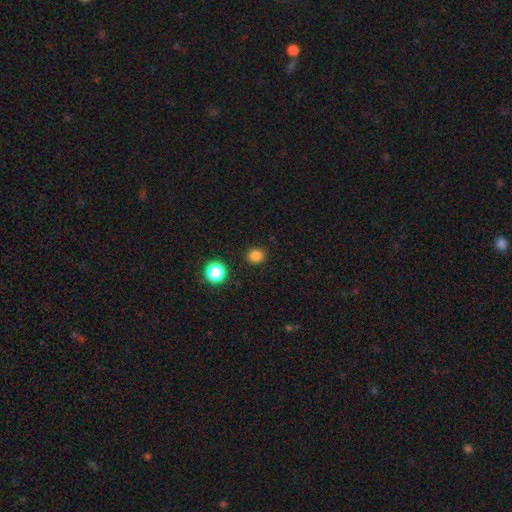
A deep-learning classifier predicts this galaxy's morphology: type=smooth (82%); roundness=round (81%); merging=none (90%).